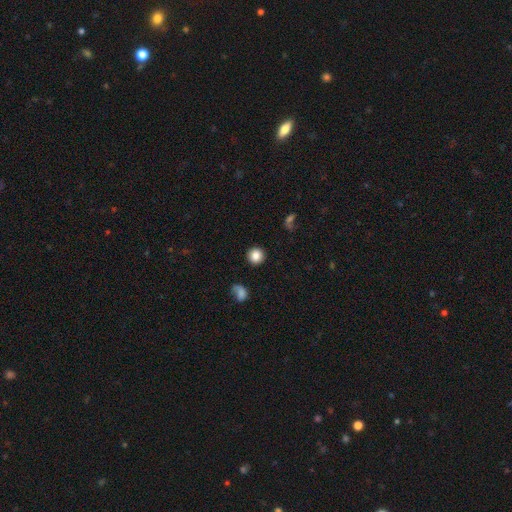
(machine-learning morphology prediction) Overall: smooth (84%). How rounded: round (93%). Merging: none (90%).